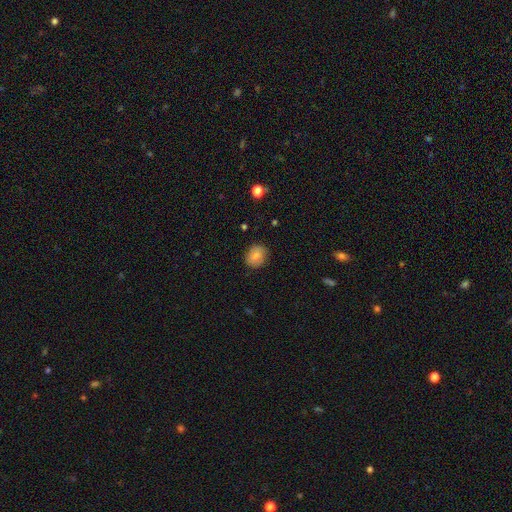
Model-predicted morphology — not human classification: Smooth or featured: smooth — 78% (featured or disk — 13%)
How rounded: round — 64% (in between — 35%)
Merging: none — 82% (minor disturbance — 14%)